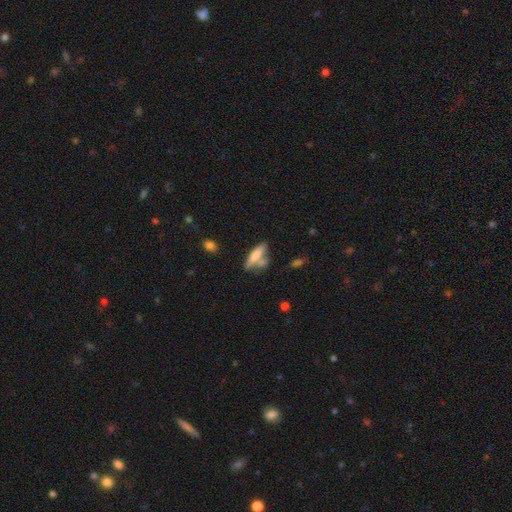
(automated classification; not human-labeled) This is likely a smooth galaxy (68%). How rounded: likely cigar-shaped (61%). Merging: possibly none (55%).